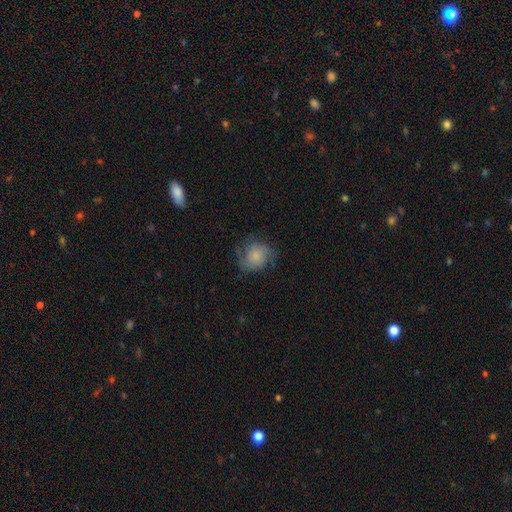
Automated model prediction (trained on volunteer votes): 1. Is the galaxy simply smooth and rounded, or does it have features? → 47% smooth, 44% featured or disk, 9% star or artifact.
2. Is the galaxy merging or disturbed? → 67% none, 21% minor disturbance, 11% major disturbance, 1% merger.